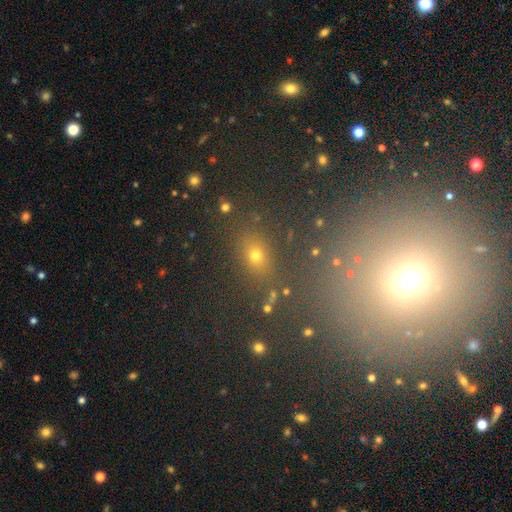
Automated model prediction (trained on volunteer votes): This appears to be a smooth galaxy with no disk features (61%) that is in between round and cigar-shaped (68%). Merging: none (82%).